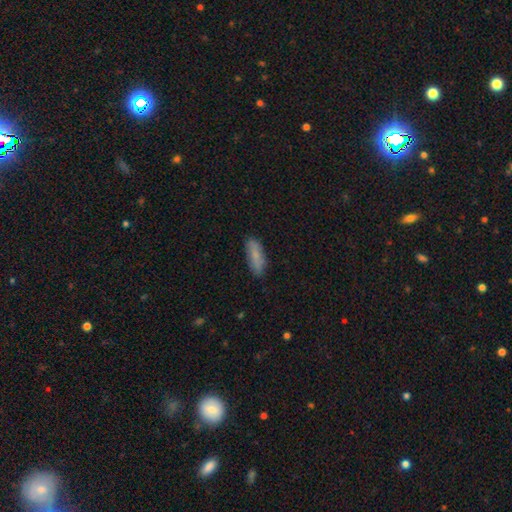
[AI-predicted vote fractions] This is likely a smooth galaxy (77%). How rounded: likely in between (61%). Merging: clearly none (81%).